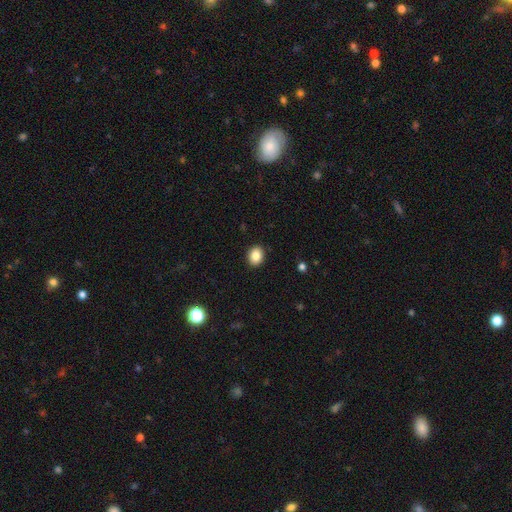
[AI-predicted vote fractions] Smooth or featured? Predicted: smooth (p=0.86). How rounded? Predicted: round (p=0.52). Merging? Predicted: none (p=0.91).